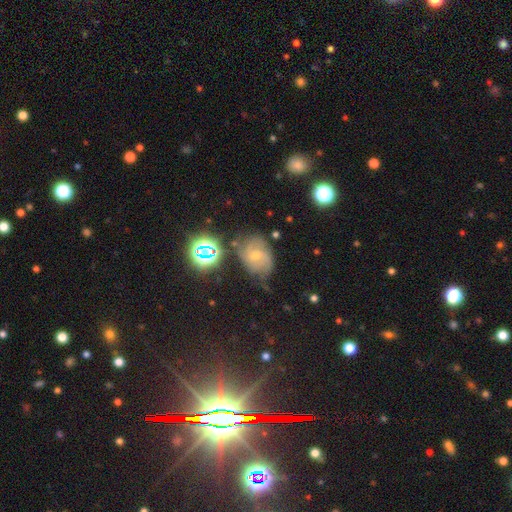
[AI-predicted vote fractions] Q: Smooth or featured?
A: featured or disk (56%); runner-up: smooth (26%)
Q: Edge-on disk?
A: no (97%); runner-up: yes (3%)
Q: Bar?
A: no (50%); runner-up: weak (41%)
Q: Spiral arms?
A: yes (85%); runner-up: no (15%)
Q: Bulge size?
A: small (51%); runner-up: moderate (43%)
Q: Merging?
A: none (51%); runner-up: minor disturbance (29%)